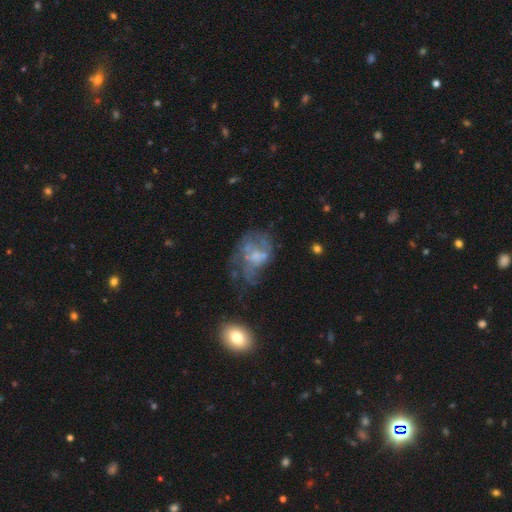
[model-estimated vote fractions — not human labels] Morphology: type=featured or disk (60%); edge-on=no (97%); bar=no (81%); spiral arms=no (71%); bulge=none (43%); merging=major disturbance (38%).